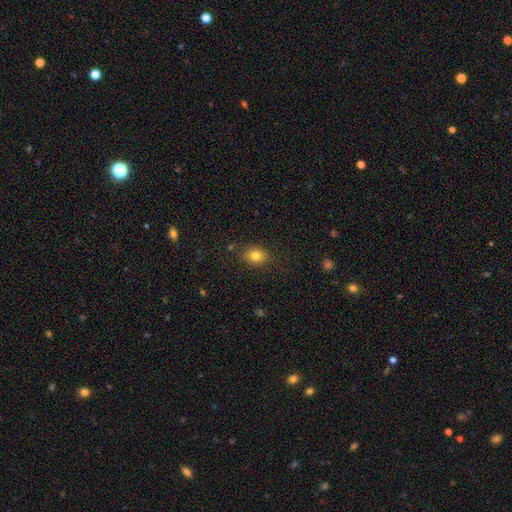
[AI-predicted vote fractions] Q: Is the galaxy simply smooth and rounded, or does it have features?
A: smooth — 81%.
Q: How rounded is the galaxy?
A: in between — 63%.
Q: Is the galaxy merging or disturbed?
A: none — 83%.